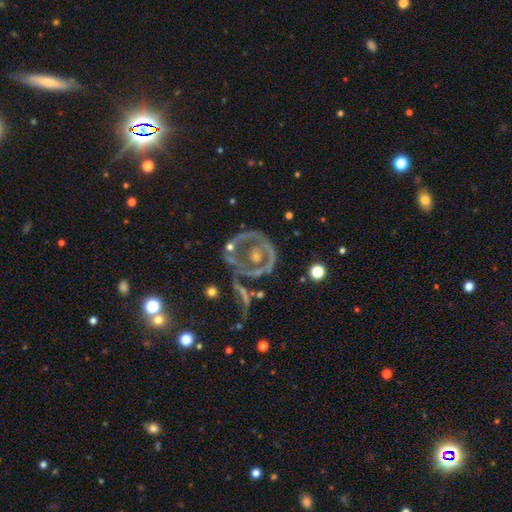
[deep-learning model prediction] featured or disk 69%, smooth 20%, star or artifact 11%. Down the decision tree: edge-on disk — no (95%); bar — no (87%); spiral arms — no (80%); bulge size — moderate (43%); merging — none (51%).